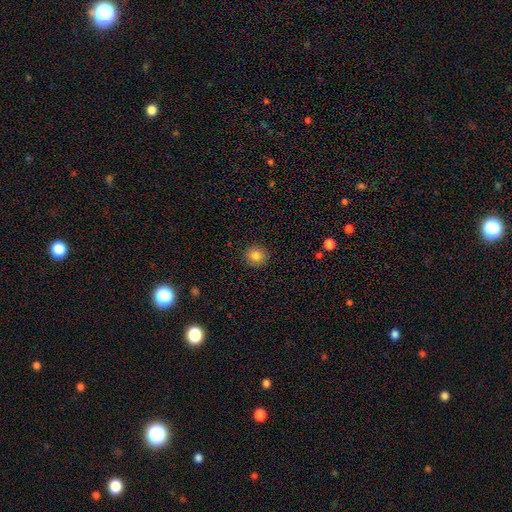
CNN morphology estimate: Q: Smooth or featured?
A: smooth (82%); runner-up: star or artifact (11%)
Q: How rounded?
A: round (87%); runner-up: in between (12%)
Q: Merging?
A: none (90%); runner-up: minor disturbance (6%)